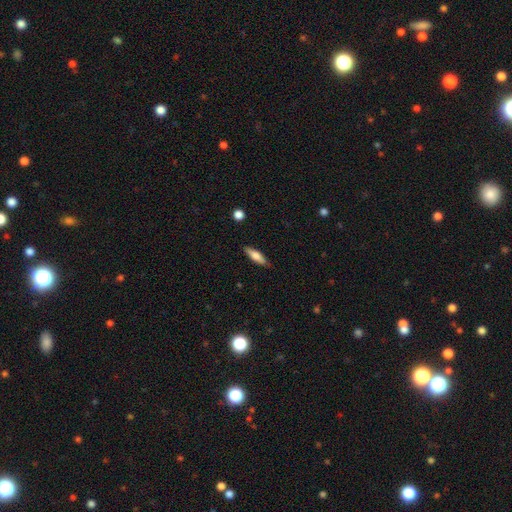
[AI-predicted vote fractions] smooth-or-featured: smooth: 64% | featured or disk: 29% | star or artifact: 6%
  how-rounded: cigar-shaped: 61% | in between: 37% | round: 2%
  merging: none: 86% | minor disturbance: 11% | major disturbance: 2% | merger: 1%